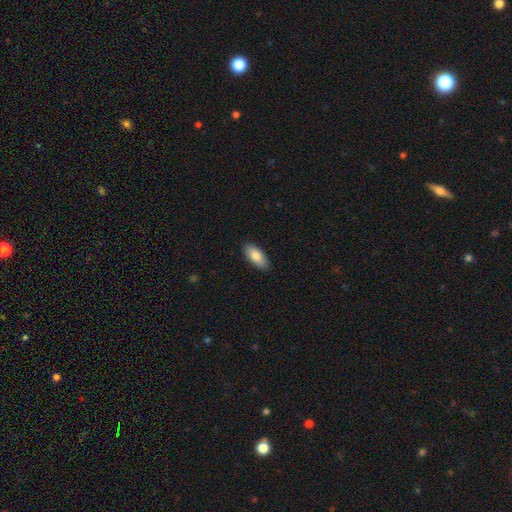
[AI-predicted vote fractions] Overall: smooth (84%). How rounded: in between (88%). Merging: none (89%).